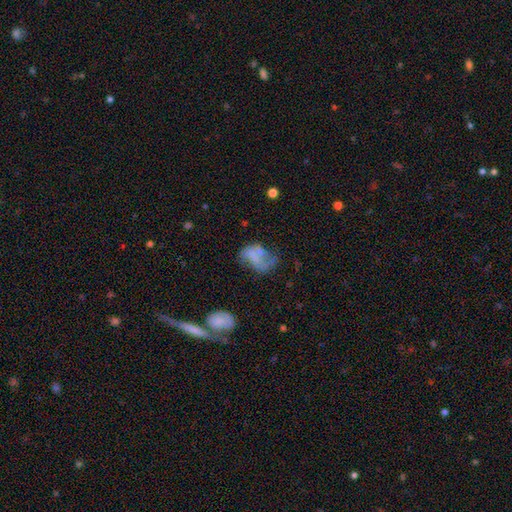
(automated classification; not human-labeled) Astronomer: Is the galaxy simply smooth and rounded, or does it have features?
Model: featured or disk — 46% (runner-up: smooth, 42%).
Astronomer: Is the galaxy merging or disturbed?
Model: major disturbance — 36% (runner-up: none, 28%).